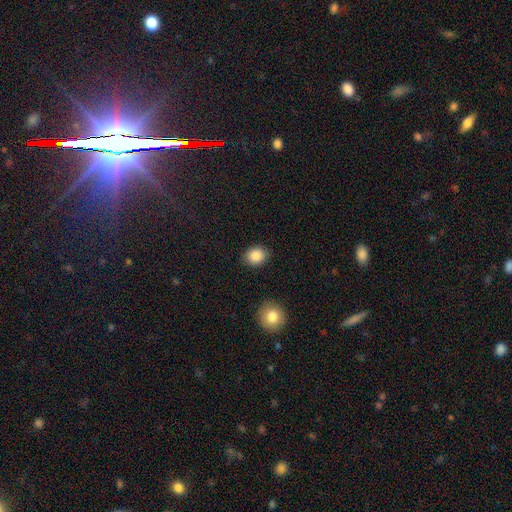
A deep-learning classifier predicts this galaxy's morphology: smooth 87%, star or artifact 8%, featured or disk 4%. Down the decision tree: how rounded — round (53%); merging — none (87%).